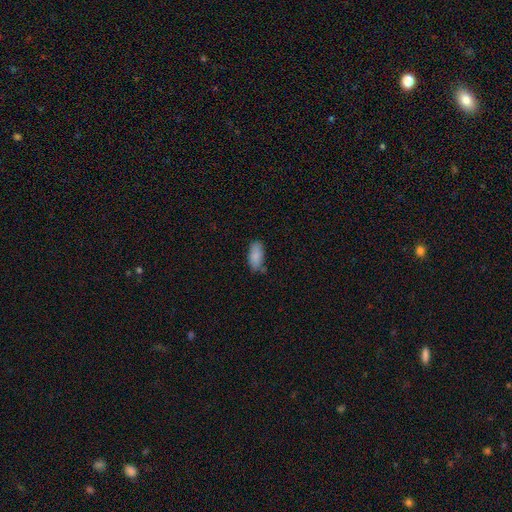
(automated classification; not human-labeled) Q: Smooth or featured?
A: smooth (86%); runner-up: star or artifact (7%)
Q: How rounded?
A: in between (89%); runner-up: cigar-shaped (9%)
Q: Merging?
A: none (66%); runner-up: minor disturbance (25%)